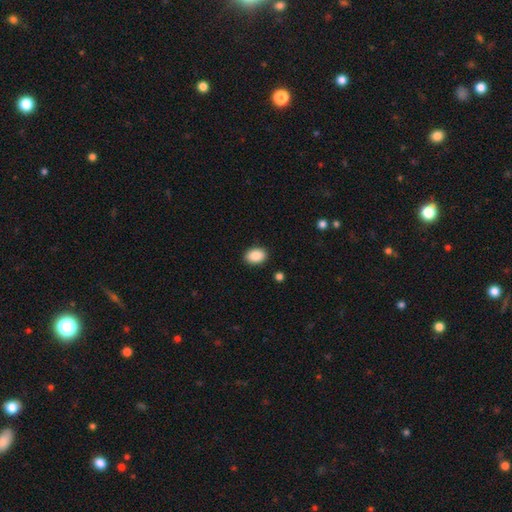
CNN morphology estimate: Smooth or featured: smooth — 89% (star or artifact — 8%)
How rounded: in between — 76% (round — 23%)
Merging: none — 89% (minor disturbance — 7%)